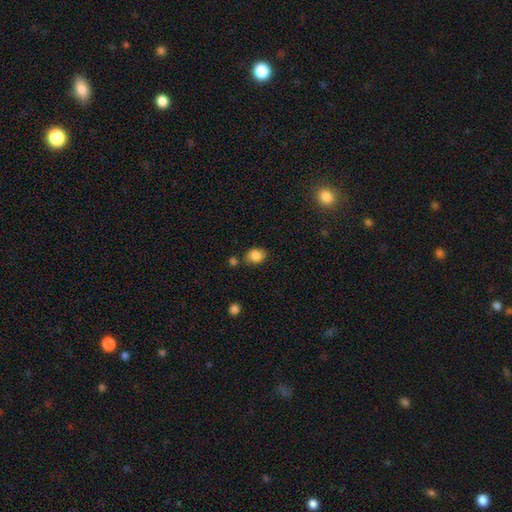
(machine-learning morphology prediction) type=smooth (85%); roundness=in between (56%); merging=none (70%).